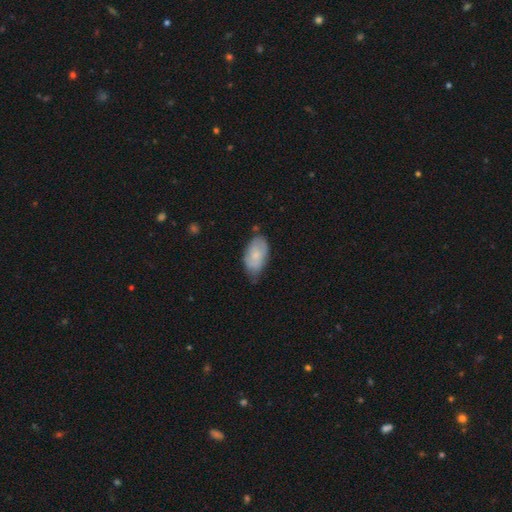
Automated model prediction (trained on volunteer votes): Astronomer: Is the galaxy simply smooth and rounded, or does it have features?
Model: smooth — 69%.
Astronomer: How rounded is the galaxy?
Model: in between — 94%.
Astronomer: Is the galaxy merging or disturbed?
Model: none — 52% (runner-up: minor disturbance, 39%).